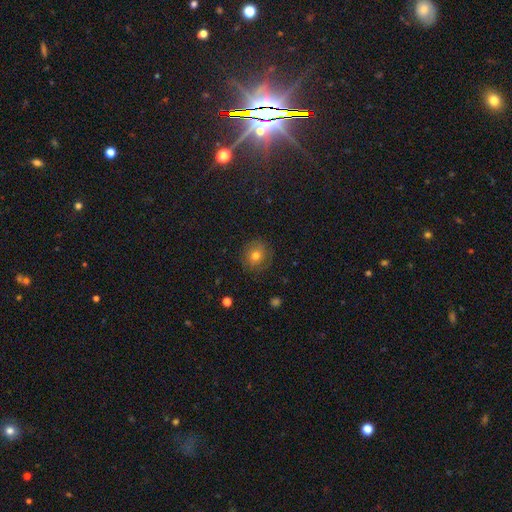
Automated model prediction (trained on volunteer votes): smooth_or_featured: smooth (p=0.69) [alt: featured or disk p=0.17]
how_rounded: round (p=0.83) [alt: in between p=0.16]
merging: none (p=0.83) [alt: minor disturbance p=0.12]